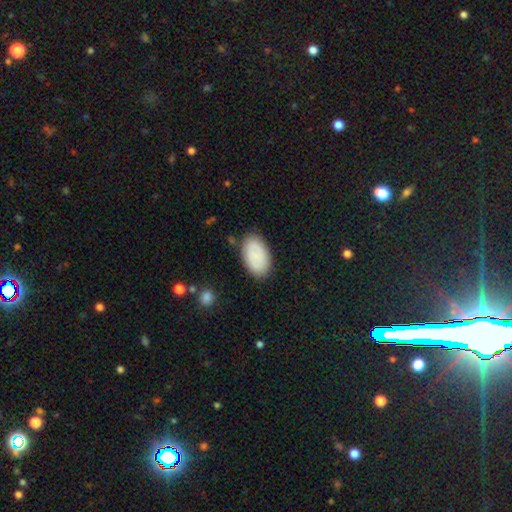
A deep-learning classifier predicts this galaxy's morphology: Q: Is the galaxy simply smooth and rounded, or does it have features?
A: smooth — 81%.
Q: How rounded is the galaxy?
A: in between — 95%.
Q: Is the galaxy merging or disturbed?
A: none — 84%.